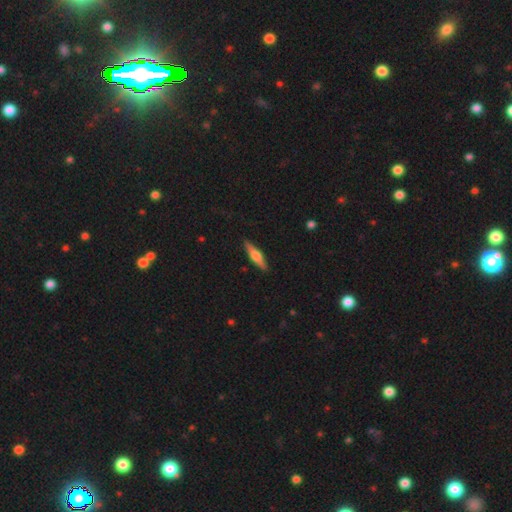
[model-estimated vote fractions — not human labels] Smooth or featured?
  - featured or disk: 59% *
  - smooth: 35%
  - star or artifact: 6%
Edge-on disk?
  - yes: 96% *
  - no: 4%
Edge-on bulge?
  - rounded: 89% *
  - boxy: 7%
  - none: 3%
Merging?
  - none: 90% *
  - minor disturbance: 8%
  - major disturbance: 2%
  - merger: 1%